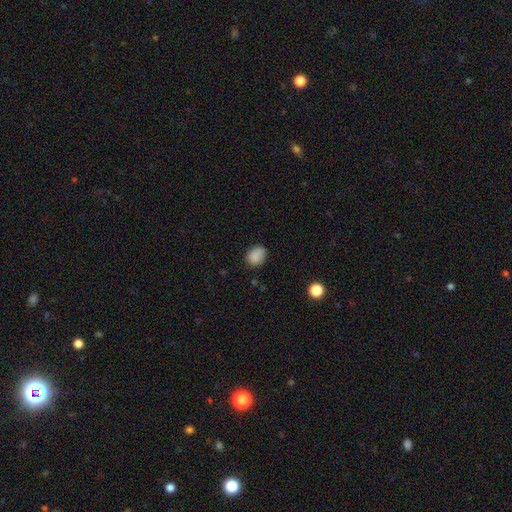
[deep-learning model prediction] The model was most divided on "how rounded": round: 51%, in between: 48%, cigar-shaped: 1%. More confident: smooth or featured — smooth (86%); merging — none (77%).